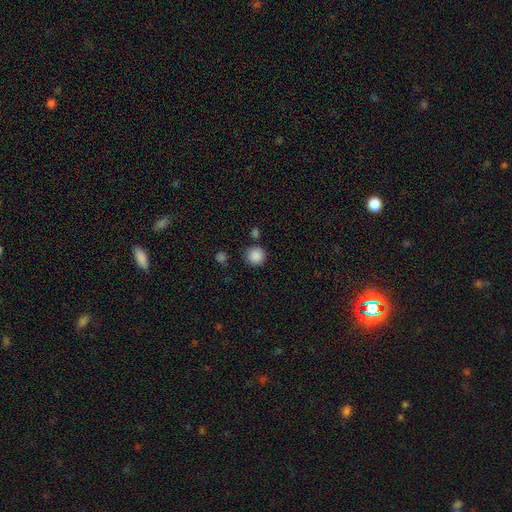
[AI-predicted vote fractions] Overall: smooth (87%). How rounded: round (94%). Merging: none (85%).